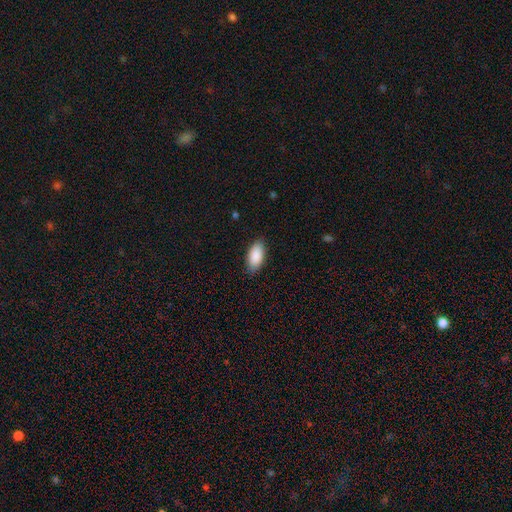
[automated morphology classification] smooth 90%, star or artifact 6%, featured or disk 4%. Down the decision tree: how rounded — in between (93%); merging — none (86%).